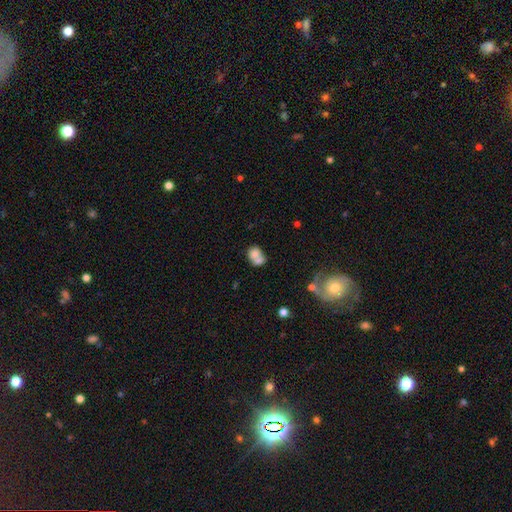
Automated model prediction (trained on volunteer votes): Q: Smooth or featured?
A: smooth (70%); runner-up: featured or disk (21%)
Q: How rounded?
A: round (53%); runner-up: in between (46%)
Q: Merging?
A: merger (61%); runner-up: none (24%)